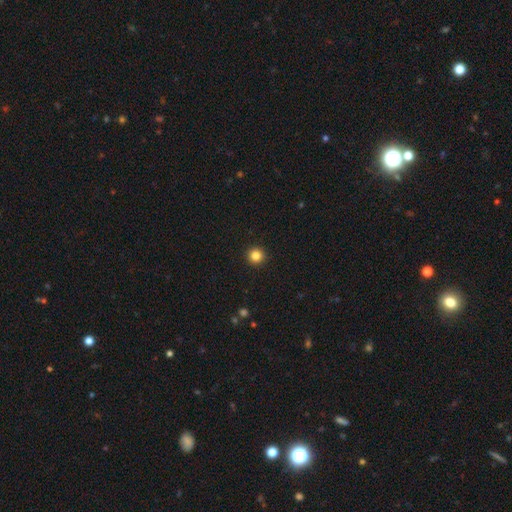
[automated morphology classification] Smooth or featured? smooth (84%)
How rounded? round (96%)
Merging? none (94%)